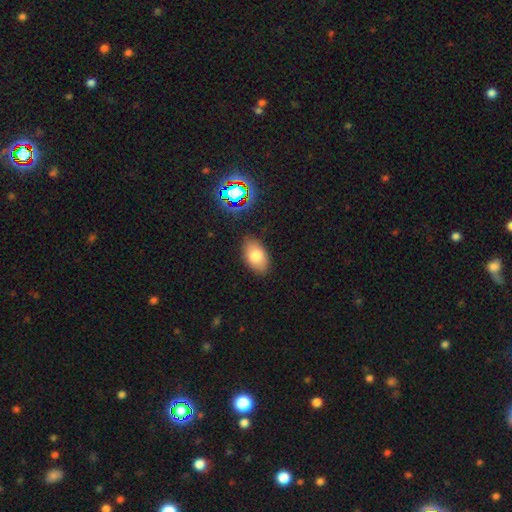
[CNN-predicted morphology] Smooth or featured?
  - smooth: 77% *
  - featured or disk: 12%
  - star or artifact: 11%
How rounded?
  - in between: 91% *
  - round: 7%
  - cigar-shaped: 1%
Merging?
  - none: 85% *
  - minor disturbance: 11%
  - major disturbance: 3%
  - merger: 2%